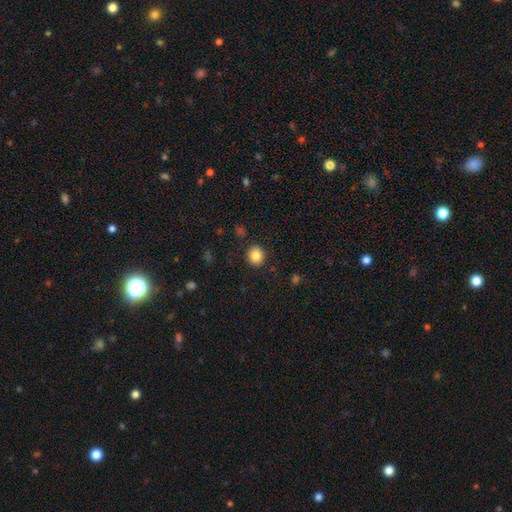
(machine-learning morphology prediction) A smooth galaxy with no disk features (83%) that is round (78%). Merging: none (90%).